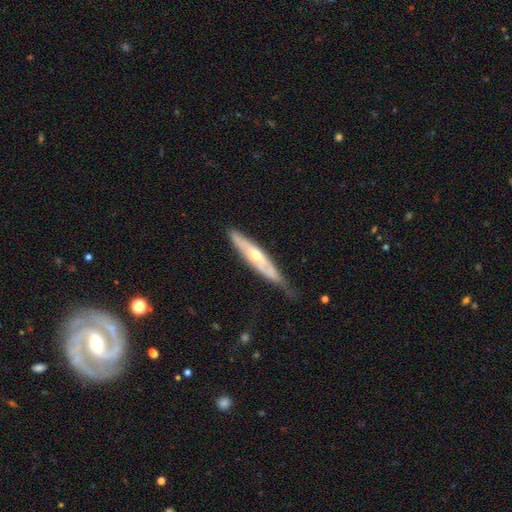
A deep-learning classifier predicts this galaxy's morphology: smooth_or_featured: featured or disk (p=0.65) [alt: smooth p=0.30]
disk_edge_on: yes (p=0.64) [alt: no p=0.36]
merging: none (p=0.58) [alt: minor disturbance p=0.31]